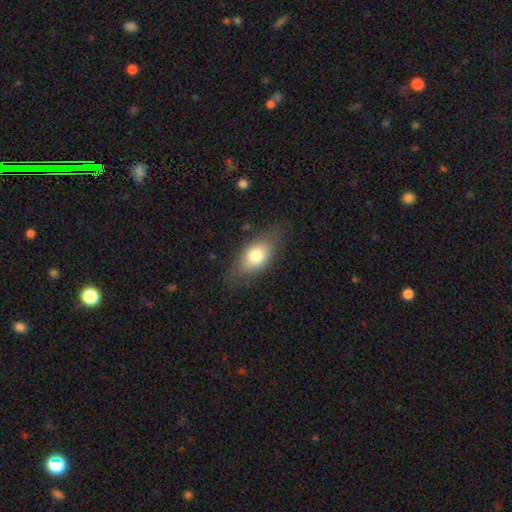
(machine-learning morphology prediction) The model was most divided on "smooth or featured": smooth: 72%, featured or disk: 20%, star or artifact: 8%. More confident: how rounded — in between (83%); merging — none (74%).